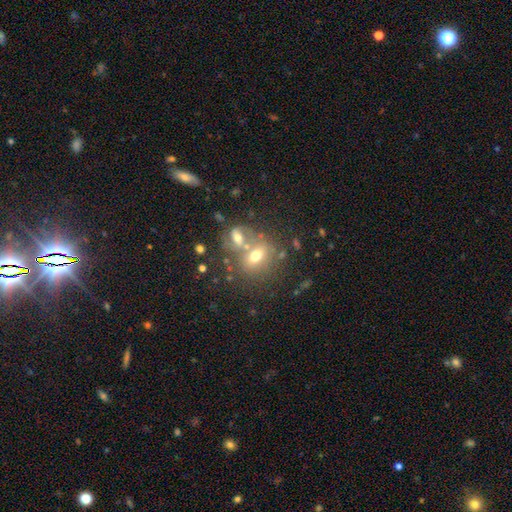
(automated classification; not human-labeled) Smooth or featured? Predicted: smooth (p=0.61). How rounded? Predicted: in between (p=0.55). Merging? Predicted: merger (p=0.45).